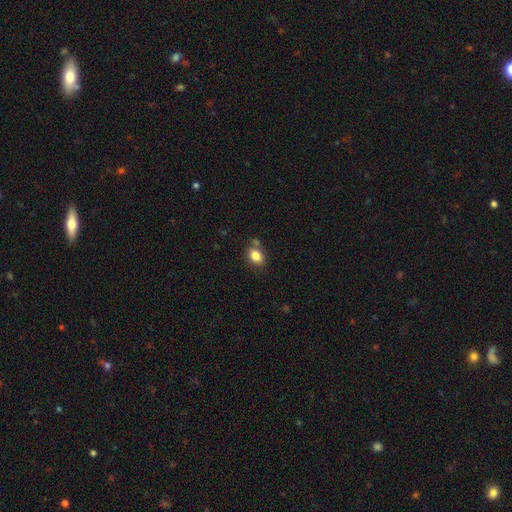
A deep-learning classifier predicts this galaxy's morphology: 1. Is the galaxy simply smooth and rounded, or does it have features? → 83% smooth, 10% star or artifact, 7% featured or disk.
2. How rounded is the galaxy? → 66% in between, 33% round, 1% cigar-shaped.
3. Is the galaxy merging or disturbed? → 67% none, 15% merger, 14% minor disturbance, 4% major disturbance.